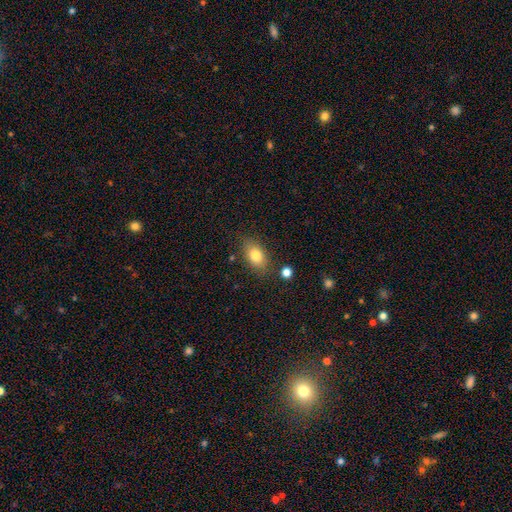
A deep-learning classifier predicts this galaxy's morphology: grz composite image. It shows a smooth galaxy with no disk features (81%) that is in between round and cigar-shaped (84%). Merging: none (78%).